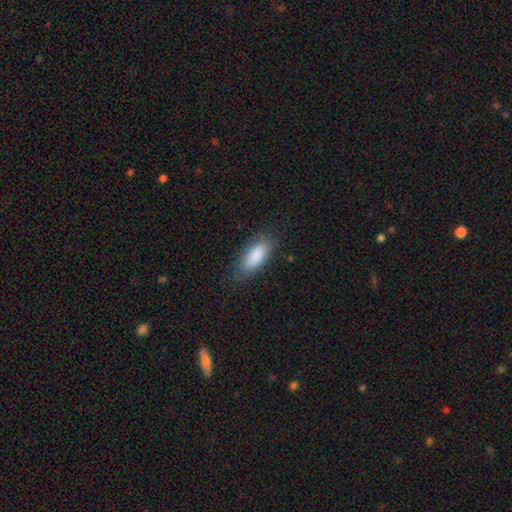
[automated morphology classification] Smooth or featured? Predicted: smooth (p=0.87). How rounded? Predicted: in between (p=0.83). Merging? Predicted: none (p=0.78).